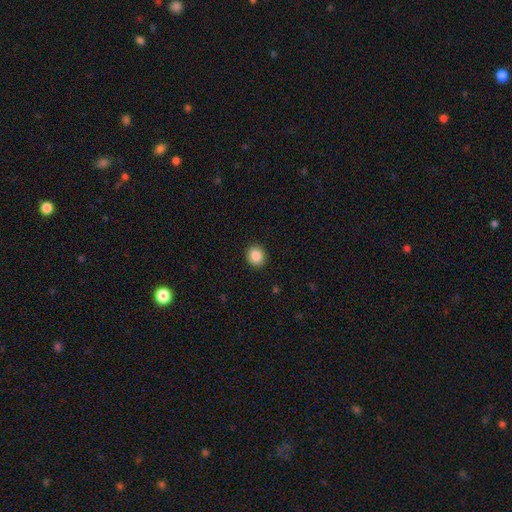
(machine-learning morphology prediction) Overall: smooth (88%). How rounded: round (76%). Merging: none (91%).